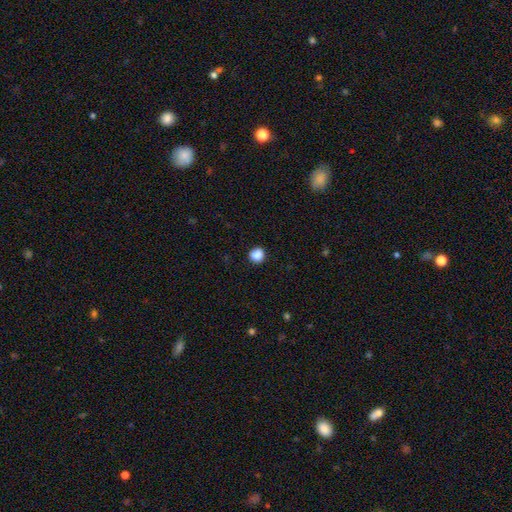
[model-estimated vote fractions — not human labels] Smooth or featured?
  - smooth: 86% *
  - star or artifact: 10%
  - featured or disk: 3%
How rounded?
  - round: 85% *
  - in between: 14%
  - cigar-shaped: 1%
Merging?
  - none: 88% *
  - minor disturbance: 9%
  - major disturbance: 2%
  - merger: 1%